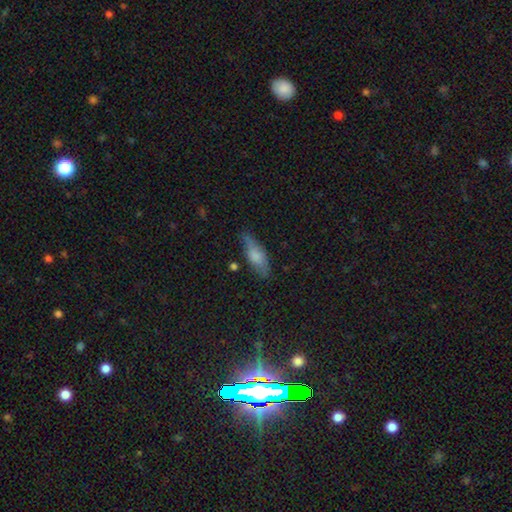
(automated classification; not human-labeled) This is likely a smooth galaxy (71%). How rounded: likely in between (61%). Merging: likely none (70%).